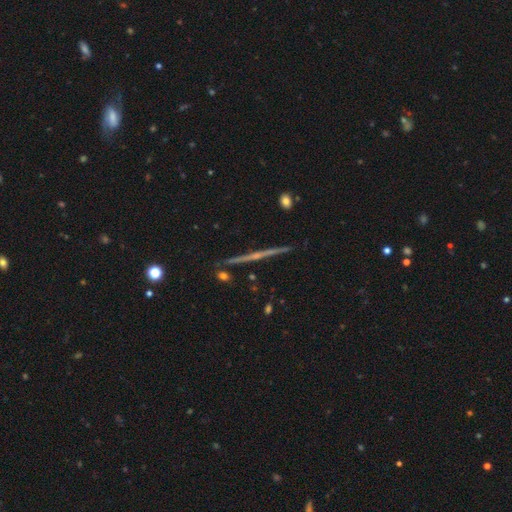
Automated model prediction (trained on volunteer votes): featured or disk 53%, star or artifact 25%, smooth 22%. Down the decision tree: edge-on disk — yes (90%); merging — none (80%).